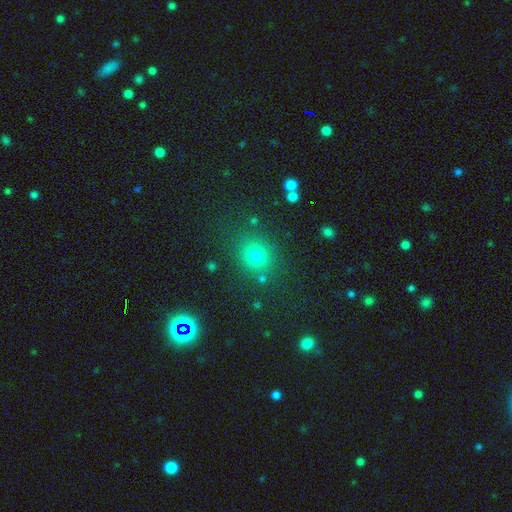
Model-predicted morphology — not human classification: This appears to be a smooth galaxy with no disk features (73%) that is round (80%). Merging: none (82%).